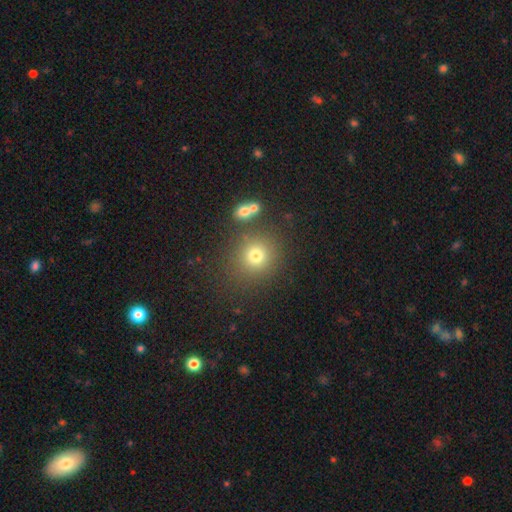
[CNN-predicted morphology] smooth-or-featured: smooth: 74% | star or artifact: 16% | featured or disk: 10%
  how-rounded: round: 86% | in between: 13% | cigar-shaped: 1%
  merging: none: 78% | minor disturbance: 10% | merger: 8% | major disturbance: 5%